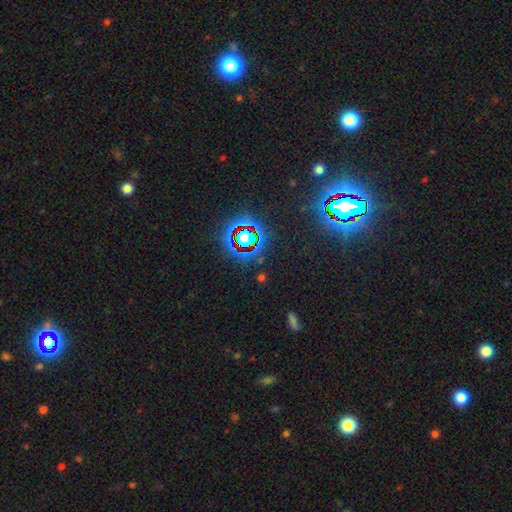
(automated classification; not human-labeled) Smooth or featured? star or artifact (81%)